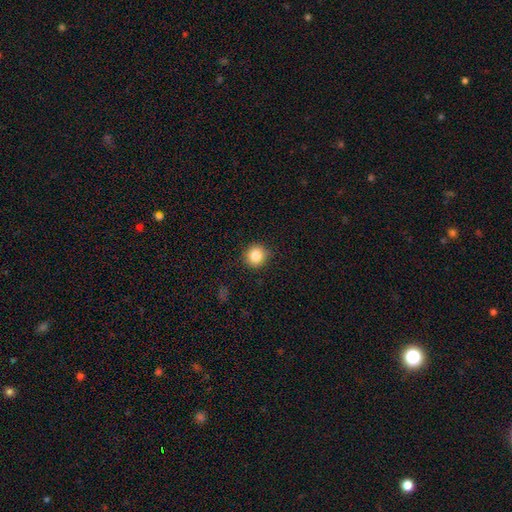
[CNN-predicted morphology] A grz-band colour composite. It shows a smooth galaxy with no disk features (85%) that is round (91%). Merging: none (88%).